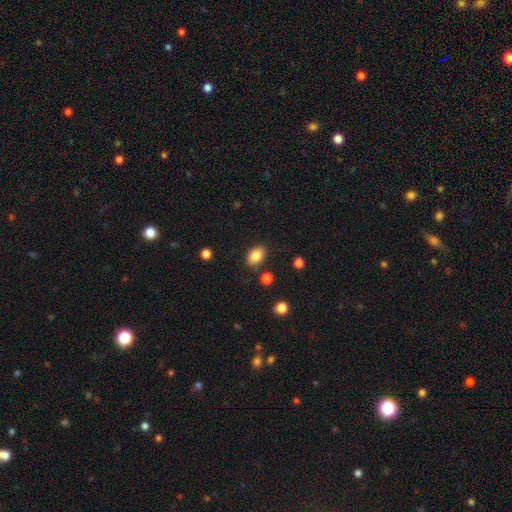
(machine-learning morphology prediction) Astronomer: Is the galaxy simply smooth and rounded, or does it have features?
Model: smooth — 85%.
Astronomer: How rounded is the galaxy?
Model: in between — 85%.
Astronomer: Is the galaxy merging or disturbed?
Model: none — 84%.